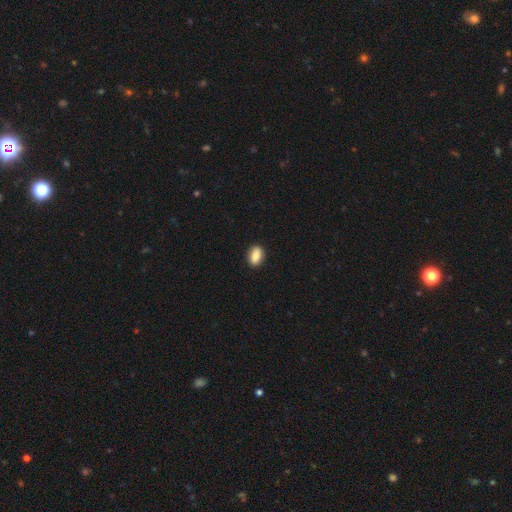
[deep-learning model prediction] A smooth galaxy with no disk features (87%) that is in between round and cigar-shaped (87%). Merging: none (90%).